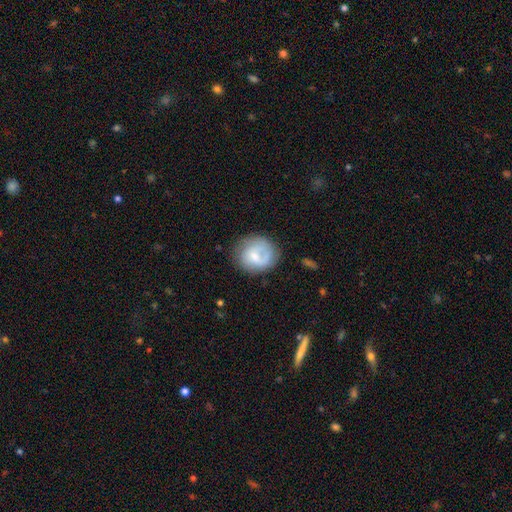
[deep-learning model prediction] Q: Smooth or featured?
A: smooth (56%); runner-up: featured or disk (37%)
Q: How rounded?
A: round (78%); runner-up: in between (21%)
Q: Merging?
A: none (63%); runner-up: minor disturbance (21%)